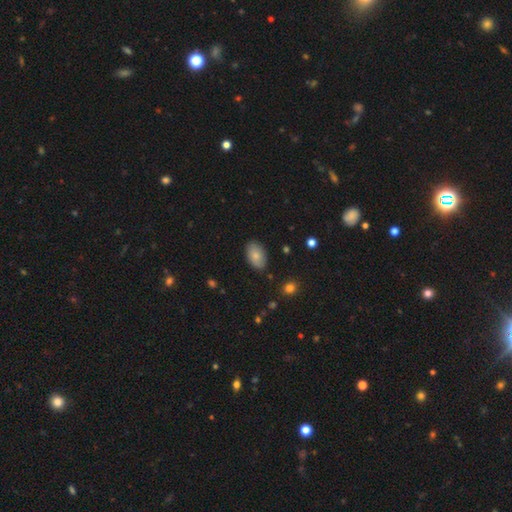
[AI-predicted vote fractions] Smooth or featured? Predicted: smooth (p=0.80). How rounded? Predicted: in between (p=0.92). Merging? Predicted: none (p=0.86).